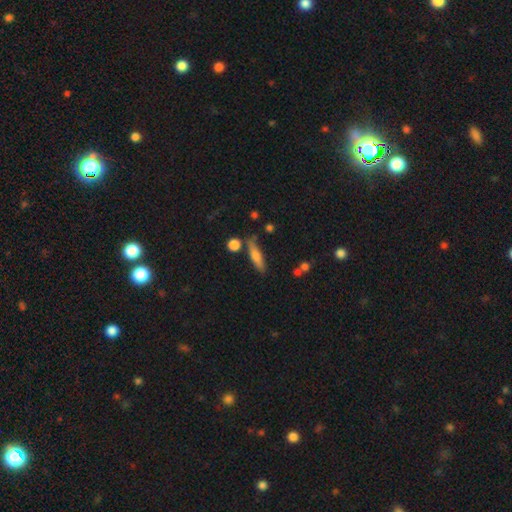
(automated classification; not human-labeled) A smooth galaxy with no disk features (67%) that is cigar-shaped (73%).

Vote fractions:
- Smooth or featured? smooth: 67% / featured or disk: 25% / star or artifact: 8%
- How rounded? cigar-shaped: 73% / in between: 24% / round: 3%
- Merging? none: 71% / minor disturbance: 17% / merger: 7% / major disturbance: 4%